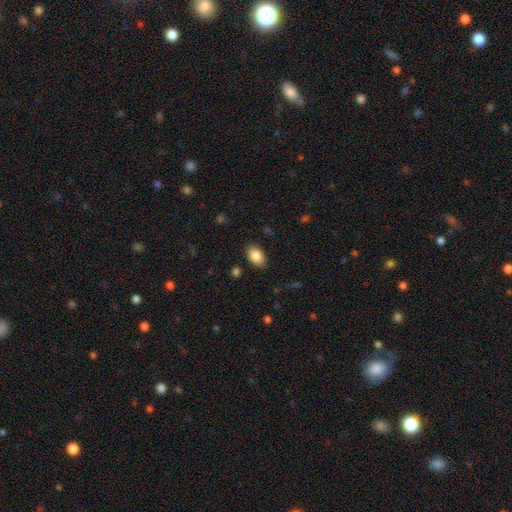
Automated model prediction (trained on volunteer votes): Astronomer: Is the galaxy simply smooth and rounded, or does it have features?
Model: smooth — 87%.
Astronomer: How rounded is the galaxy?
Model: in between — 90%.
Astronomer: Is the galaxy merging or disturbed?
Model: none — 85%.